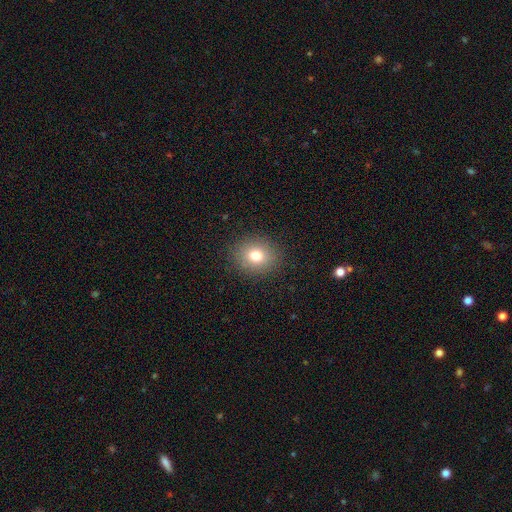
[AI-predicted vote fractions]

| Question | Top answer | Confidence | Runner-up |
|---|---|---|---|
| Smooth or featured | smooth | 77% | star or artifact (13%) |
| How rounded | round | 72% | in between (27%) |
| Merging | none | 89% | minor disturbance (7%) |